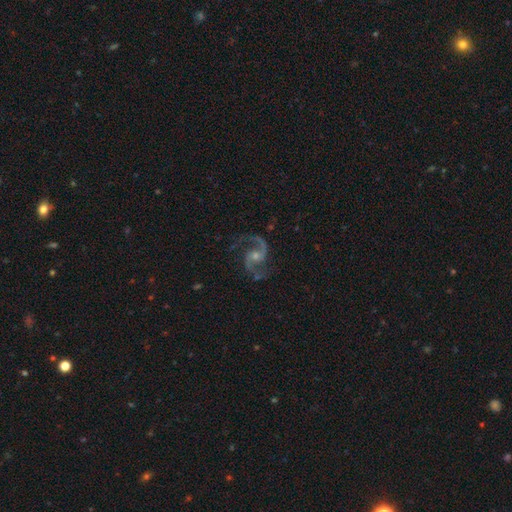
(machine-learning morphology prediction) This appears to be a featured or disk galaxy (93%) with no bar (53%), 2 (94%) medium (57%) spiral arms (98%) and a small central bulge (49%). Merging: none (78%).